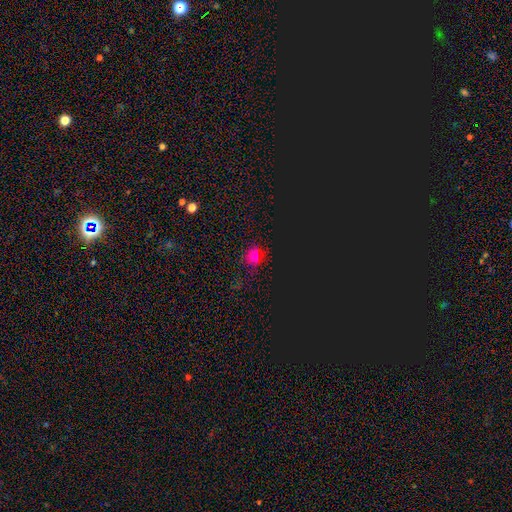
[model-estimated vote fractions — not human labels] Q: Smooth or featured?
A: smooth (53%); runner-up: star or artifact (40%)
Q: How rounded?
A: round (72%); runner-up: in between (26%)
Q: Merging?
A: none (77%); runner-up: minor disturbance (13%)